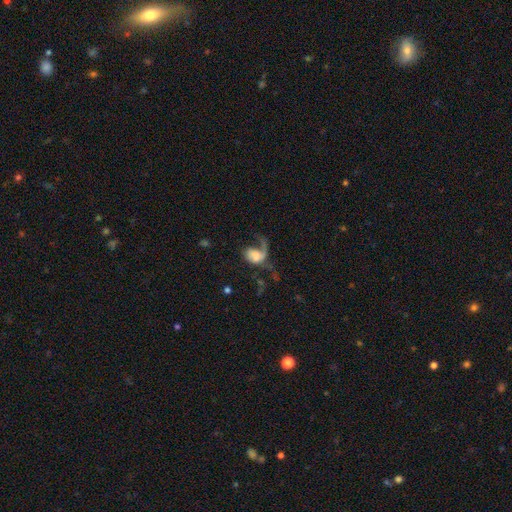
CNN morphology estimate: Smooth or featured? featured or disk (53%)
Edge-on disk? no (97%)
Bar? no (73%)
Spiral arms? yes (71%)
Bulge size? none (31%)
Merging? major disturbance (56%)